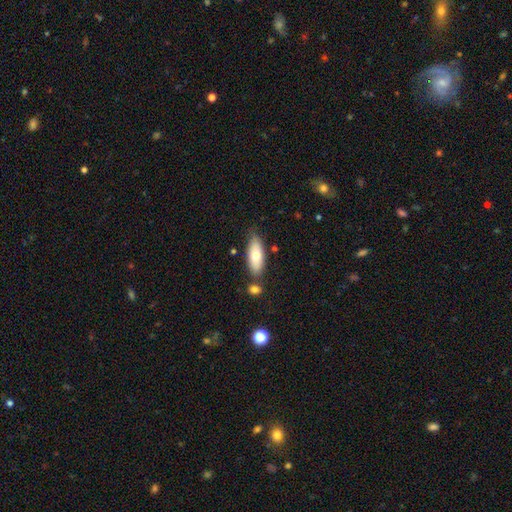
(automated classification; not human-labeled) Smooth or featured: smooth — 73% (featured or disk — 21%)
How rounded: in between — 73% (cigar-shaped — 25%)
Merging: none — 73% (minor disturbance — 15%)